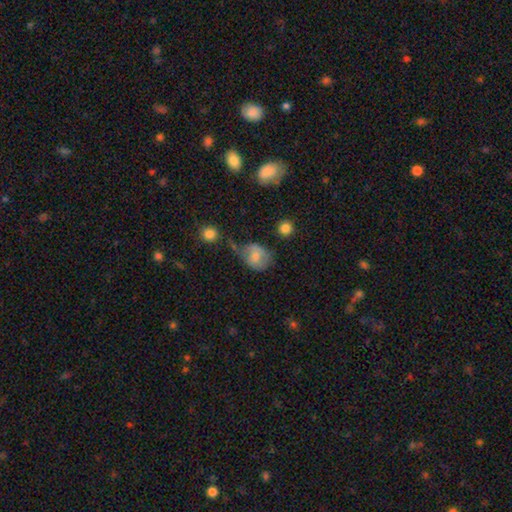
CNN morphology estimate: Smooth or featured? Predicted: smooth (p=0.64). How rounded? Predicted: in between (p=0.50). Merging? Predicted: minor disturbance (p=0.32).